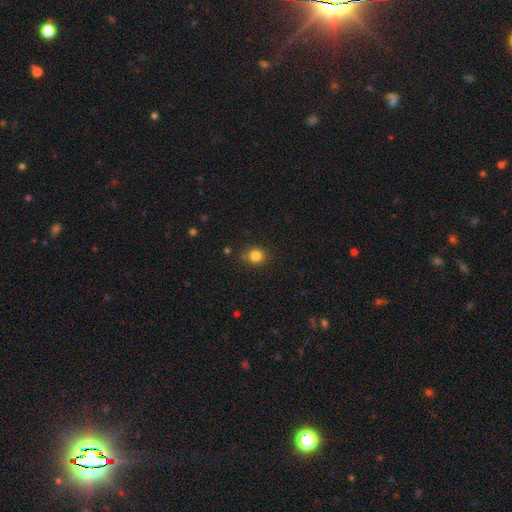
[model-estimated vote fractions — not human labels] Q: Smooth or featured?
A: smooth (83%); runner-up: star or artifact (12%)
Q: How rounded?
A: round (82%); runner-up: in between (17%)
Q: Merging?
A: none (80%); runner-up: minor disturbance (13%)